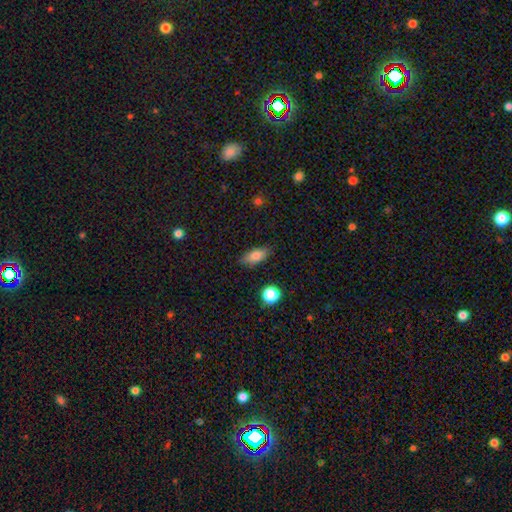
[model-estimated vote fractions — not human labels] smooth_or_featured: smooth (p=0.79) [alt: featured or disk p=0.12]
how_rounded: in between (p=0.81) [alt: cigar-shaped p=0.14]
merging: none (p=0.82) [alt: minor disturbance p=0.13]